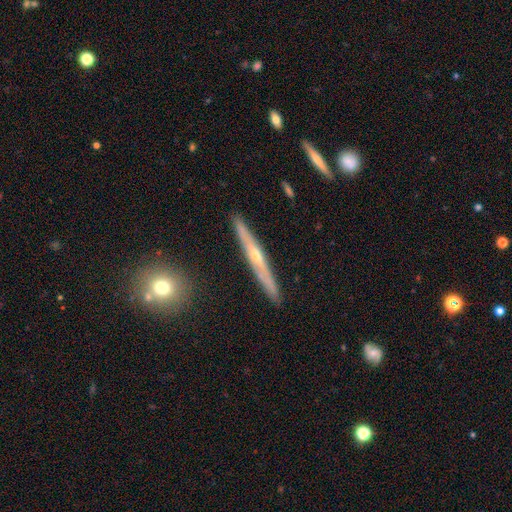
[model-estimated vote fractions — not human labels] Smooth or featured?
  - featured or disk: 71% *
  - smooth: 22%
  - star or artifact: 7%
Edge-on disk?
  - yes: 96% *
  - no: 4%
Edge-on bulge?
  - rounded: 79% *
  - none: 18%
  - boxy: 3%
Merging?
  - none: 90% *
  - minor disturbance: 7%
  - merger: 1%
  - major disturbance: 1%